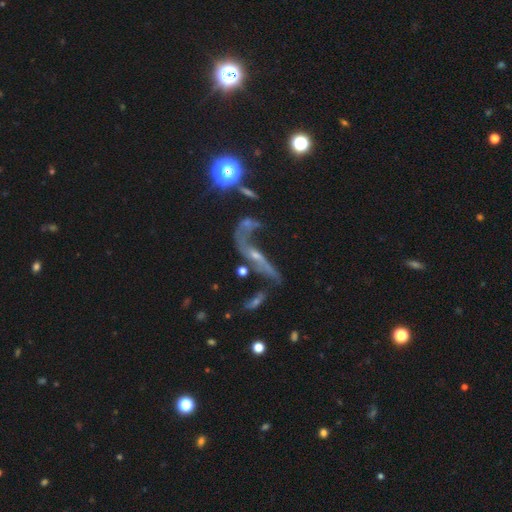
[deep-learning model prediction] Morphology: type=featured or disk (69%); edge-on=no (76%); bar=no (54%); spiral arms=yes (77%); bulge=small (53%); merging=none (37%).